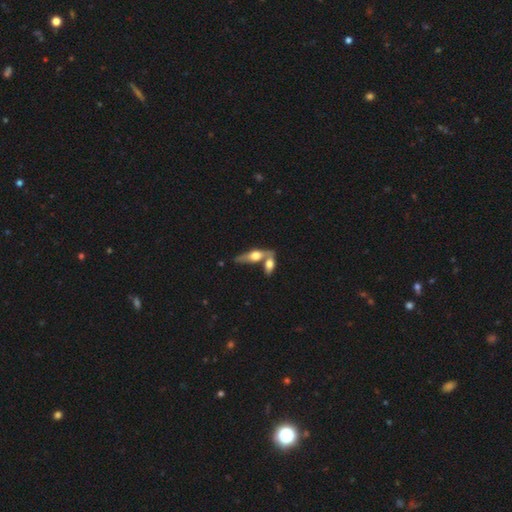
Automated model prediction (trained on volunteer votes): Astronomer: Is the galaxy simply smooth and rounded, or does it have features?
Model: featured or disk — 56% (runner-up: smooth, 37%).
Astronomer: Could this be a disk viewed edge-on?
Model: yes — 86%.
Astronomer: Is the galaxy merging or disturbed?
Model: merger — 45% (runner-up: none, 42%).